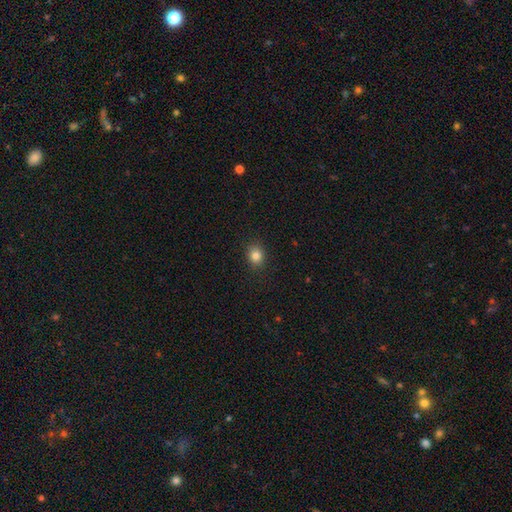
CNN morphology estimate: Overall: smooth (83%). How rounded: round (68%; in between 32%). Merging: none (89%).